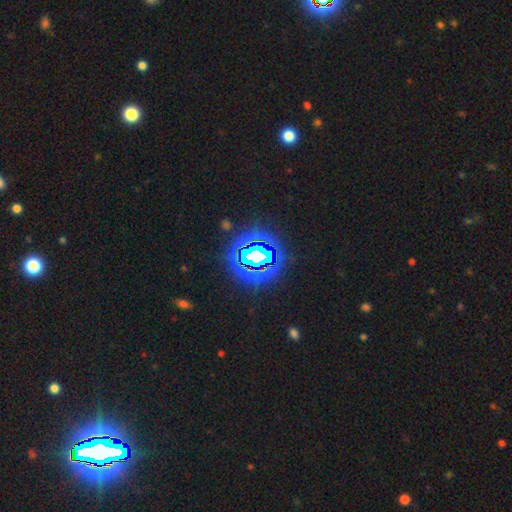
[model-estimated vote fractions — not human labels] Smooth or featured? star or artifact (75%)